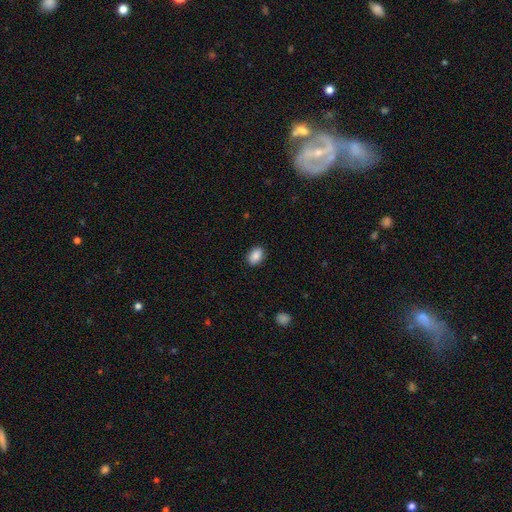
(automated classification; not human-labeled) Smooth or featured? Predicted: smooth (p=0.87). How rounded? Predicted: in between (p=0.81). Merging? Predicted: none (p=0.88).